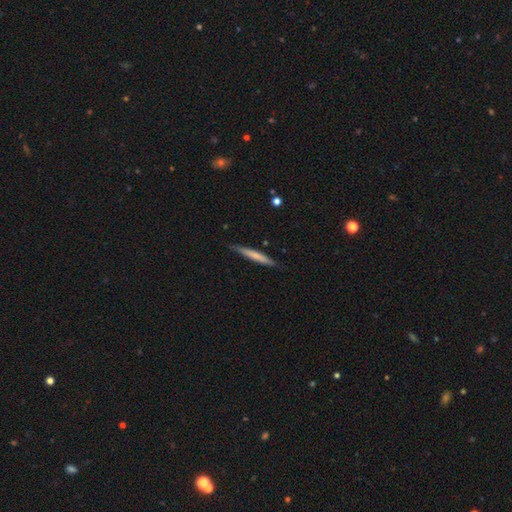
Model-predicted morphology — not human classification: smooth 63%, featured or disk 32%, star or artifact 5%. Down the decision tree: how rounded — cigar-shaped (95%); merging — none (82%).